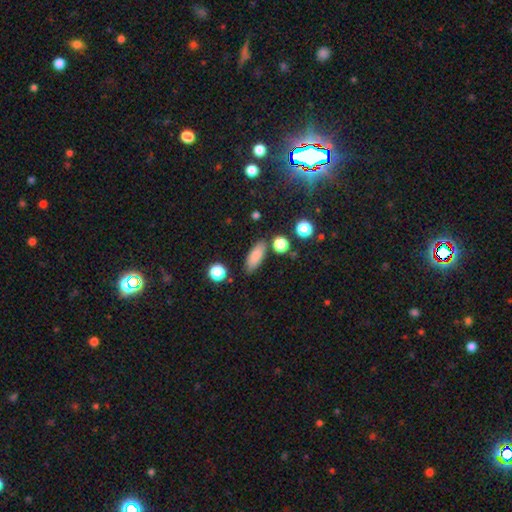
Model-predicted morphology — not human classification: Overall: smooth (82%). How rounded: in between (71%). Merging: none (81%).